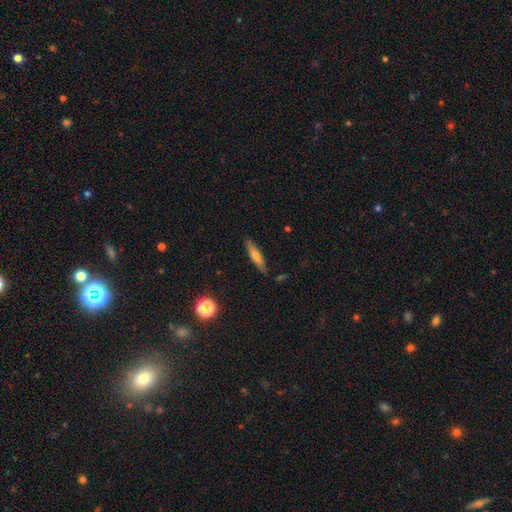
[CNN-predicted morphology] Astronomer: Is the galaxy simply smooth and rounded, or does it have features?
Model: smooth — 57% (runner-up: featured or disk, 36%).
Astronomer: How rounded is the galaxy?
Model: cigar-shaped — 82%.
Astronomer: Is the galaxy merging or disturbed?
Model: none — 86%.